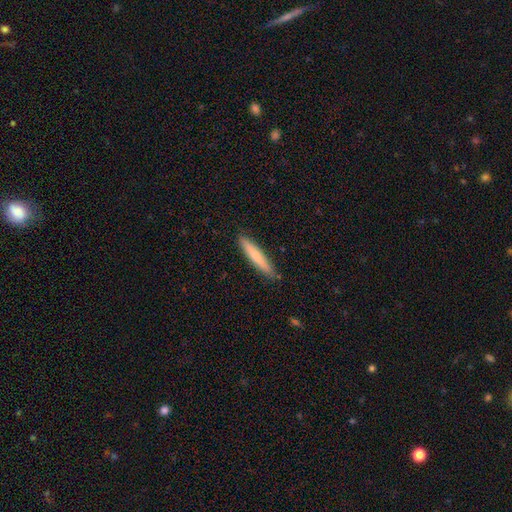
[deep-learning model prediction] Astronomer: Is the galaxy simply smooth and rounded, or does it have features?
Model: smooth — 68%.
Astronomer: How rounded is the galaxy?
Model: cigar-shaped — 91%.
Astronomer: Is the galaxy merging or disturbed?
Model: none — 88%.